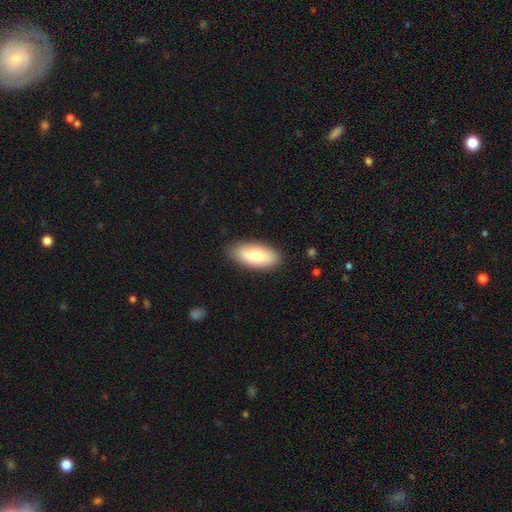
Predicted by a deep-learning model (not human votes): smooth 80%, featured or disk 15%, star or artifact 5%. Down the decision tree: how rounded — in between (88%); merging — none (84%).